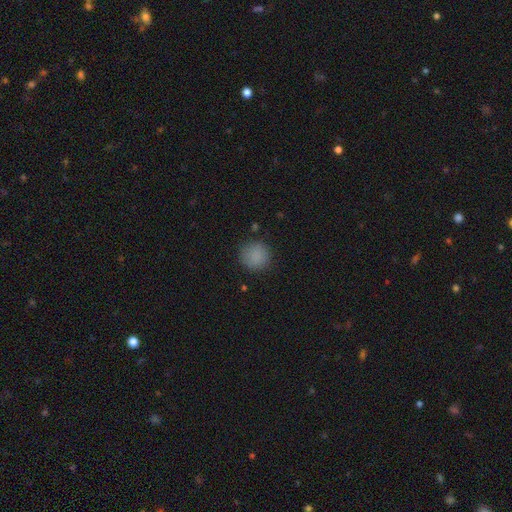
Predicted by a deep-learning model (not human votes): Q: Smooth or featured?
A: smooth (86%); runner-up: star or artifact (10%)
Q: How rounded?
A: round (93%); runner-up: in between (6%)
Q: Merging?
A: none (86%); runner-up: minor disturbance (10%)